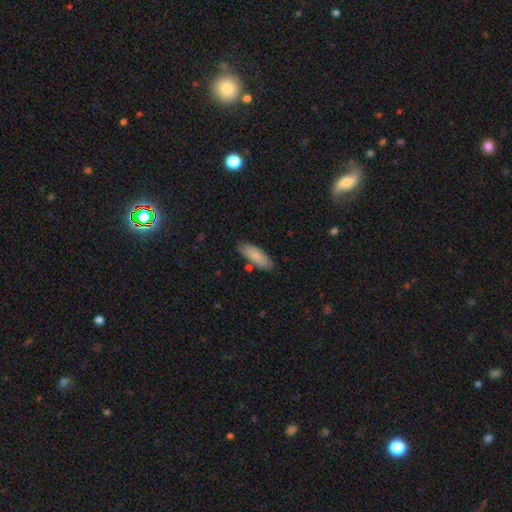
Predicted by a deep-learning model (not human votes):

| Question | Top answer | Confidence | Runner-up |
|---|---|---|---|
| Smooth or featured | smooth | 80% | featured or disk (14%) |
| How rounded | in between | 70% | cigar-shaped (28%) |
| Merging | none | 78% | minor disturbance (14%) |